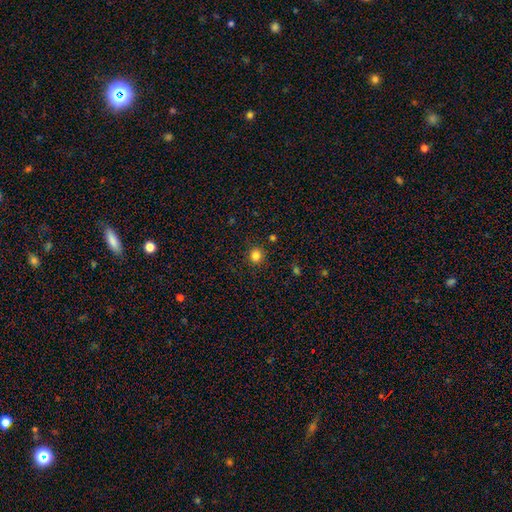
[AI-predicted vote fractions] A smooth galaxy with no disk features (83%) that is round (89%). Merging: none (90%).